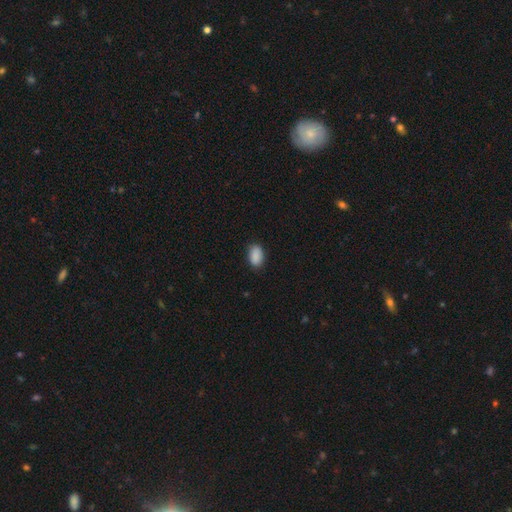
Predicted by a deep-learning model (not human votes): A smooth galaxy with no disk features (90%) that is in between round and cigar-shaped (91%).

Vote fractions:
- Smooth or featured? smooth: 90% / star or artifact: 7% / featured or disk: 3%
- How rounded? in between: 91% / round: 7% / cigar-shaped: 1%
- Merging? none: 87% / minor disturbance: 10% / major disturbance: 2% / merger: 1%